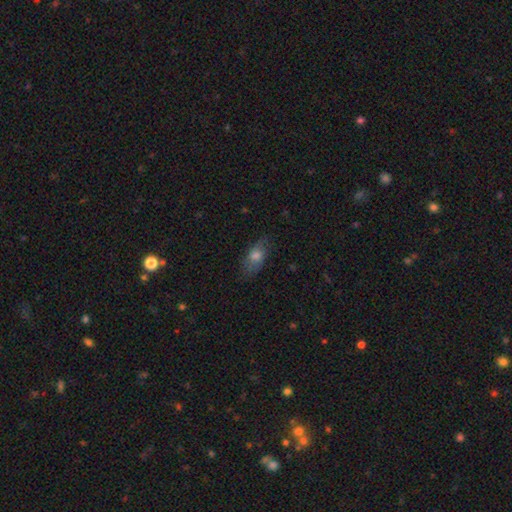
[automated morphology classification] smooth-or-featured: smooth: 62% | featured or disk: 28% | star or artifact: 10%
  how-rounded: in between: 81% | cigar-shaped: 13% | round: 7%
  merging: none: 73% | minor disturbance: 20% | major disturbance: 6% | merger: 1%